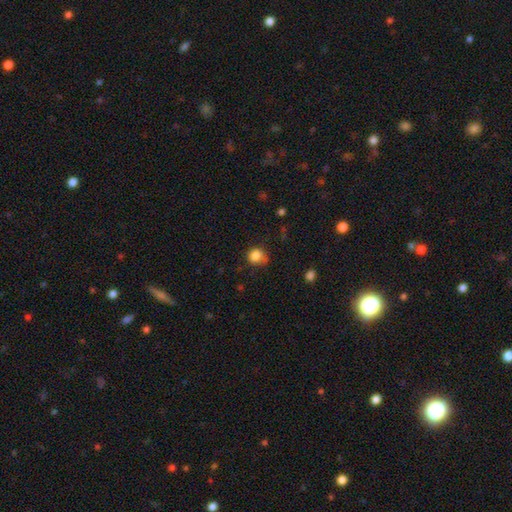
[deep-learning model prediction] Smooth or featured? smooth (84%)
How rounded? round (83%)
Merging? none (64%)